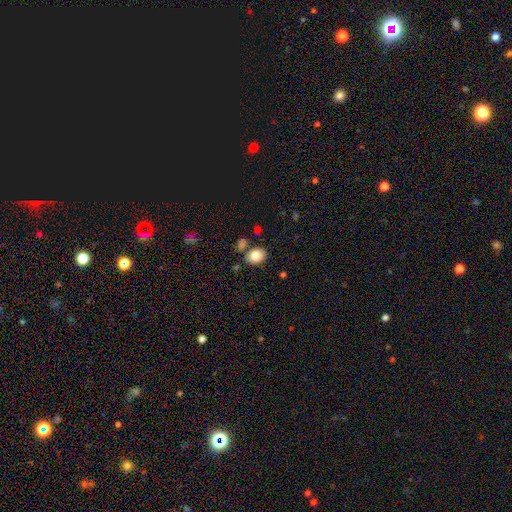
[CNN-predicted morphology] A smooth galaxy with no disk features (84%) that is in between round and cigar-shaped (63%). Merging: none (74%).